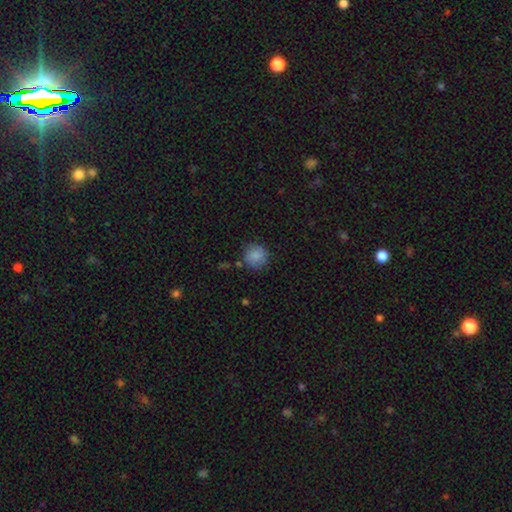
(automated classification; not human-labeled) smooth_or_featured: smooth (p=0.86) [alt: star or artifact p=0.09]
how_rounded: round (p=0.91) [alt: in between p=0.08]
merging: none (p=0.80) [alt: minor disturbance p=0.13]